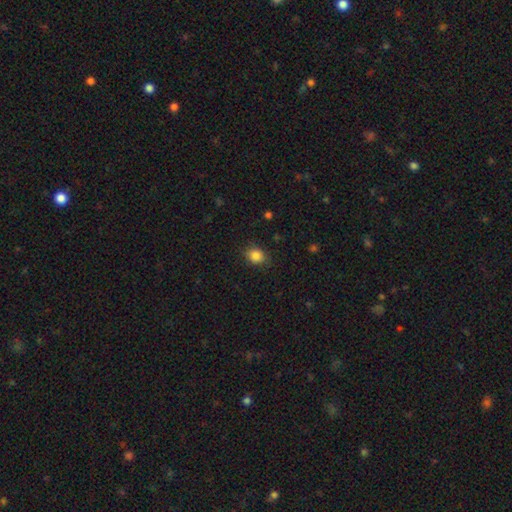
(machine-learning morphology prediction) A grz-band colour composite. It shows a smooth galaxy with no disk features (85%) that is round (55%). Merging: none (82%).